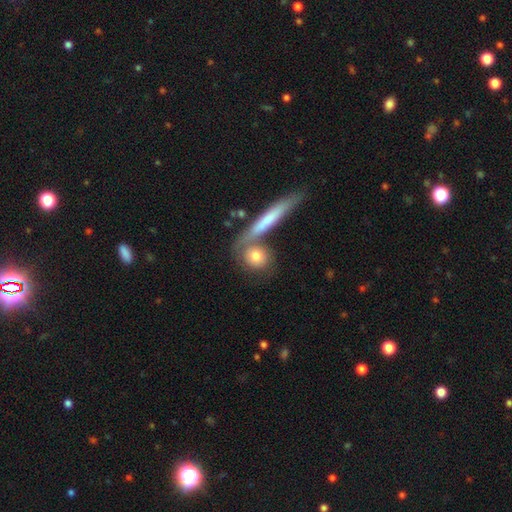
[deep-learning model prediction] Smooth or featured? smooth (67%)
How rounded? round (55%)
Merging? none (58%)